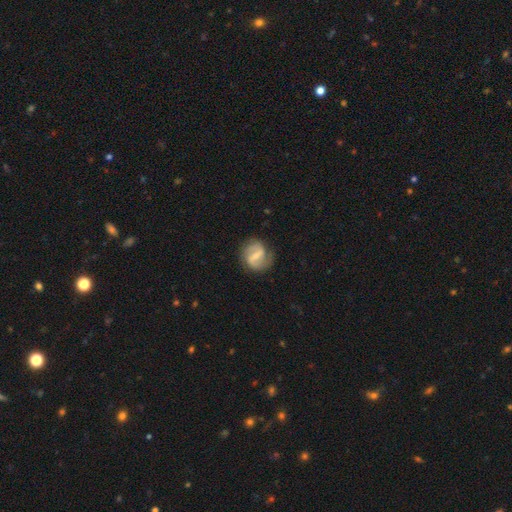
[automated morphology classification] A featured or disk galaxy (78%) with a weak bar (45%), 2 (88%) medium (46%) spiral arms (90%) and a small central bulge (59%). Merging: none (78%).